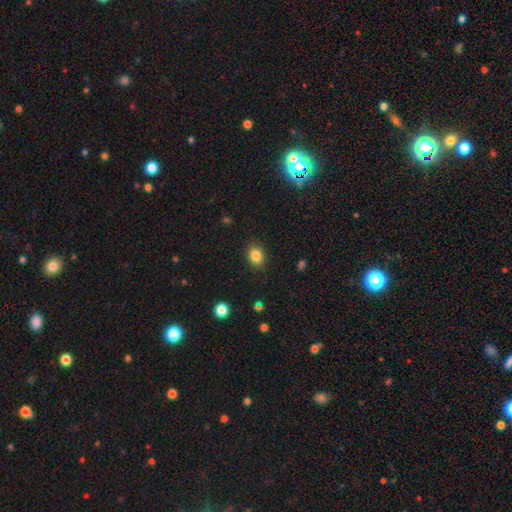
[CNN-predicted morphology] This appears to be a smooth galaxy with no disk features (84%) that is in between round and cigar-shaped (50%). Merging: none (86%).